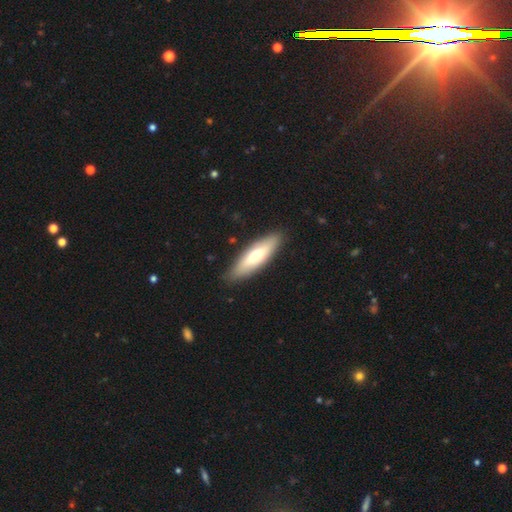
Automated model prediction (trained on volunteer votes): Smooth or featured? smooth (61%)
How rounded? cigar-shaped (54%)
Merging? none (86%)